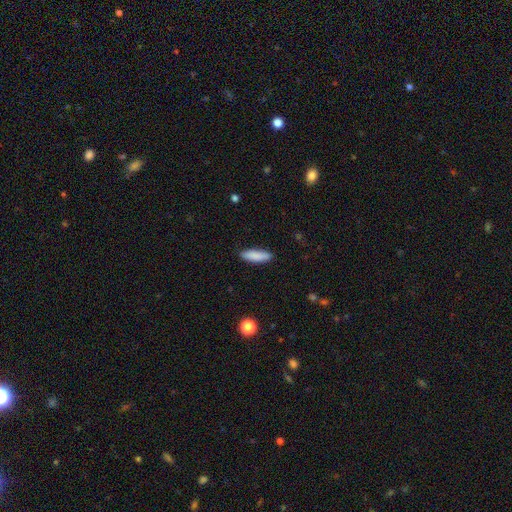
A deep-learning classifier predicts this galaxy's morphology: This appears to be a smooth galaxy with no disk features (87%) that is cigar-shaped (61%). Merging: none (88%).